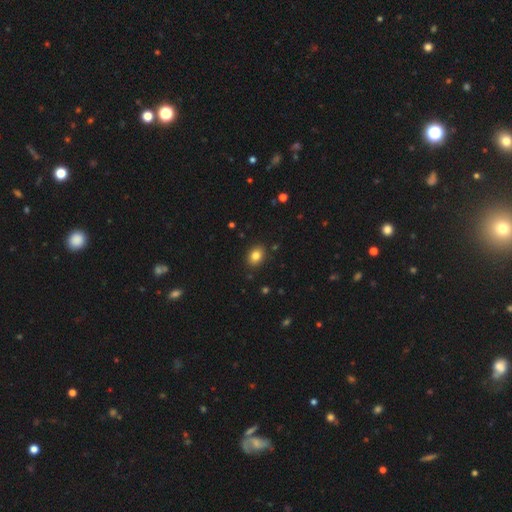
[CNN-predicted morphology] Smooth or featured? smooth (83%)
How rounded? in between (64%)
Merging? none (89%)